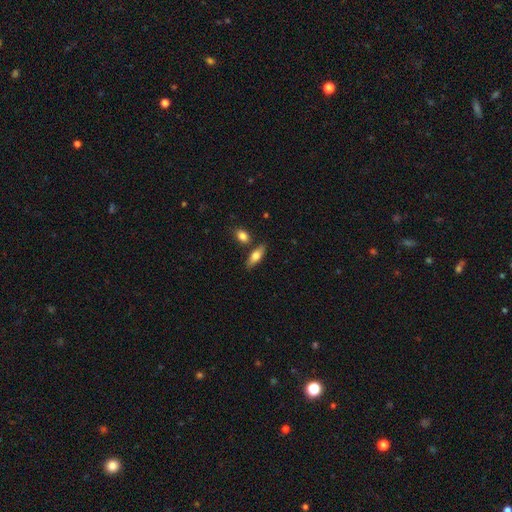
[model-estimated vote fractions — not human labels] Smooth or featured? smooth (70%)
How rounded? in between (71%)
Merging? none (74%)